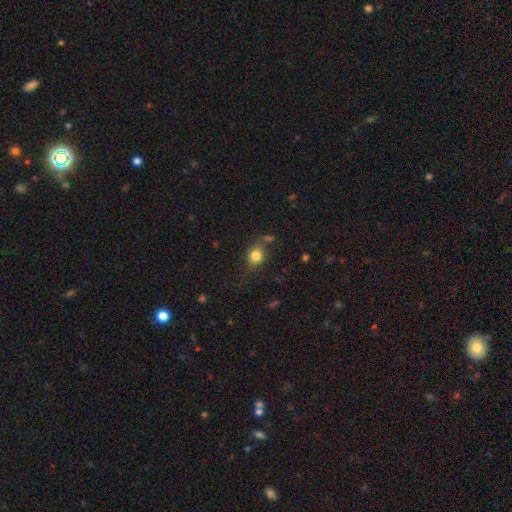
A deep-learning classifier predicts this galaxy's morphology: smooth_or_featured: smooth (p=0.78) [alt: featured or disk p=0.11]
how_rounded: round (p=0.62) [alt: in between p=0.36]
merging: none (p=0.64) [alt: minor disturbance p=0.21]